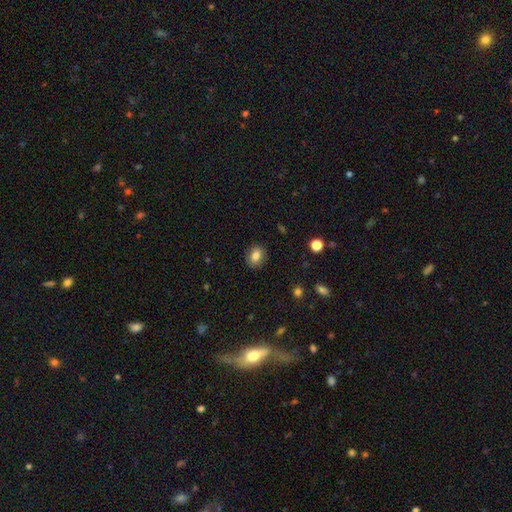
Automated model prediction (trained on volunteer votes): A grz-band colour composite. It shows a smooth galaxy with no disk features (81%) that is in between round and cigar-shaped (54%). Merging: none (86%).